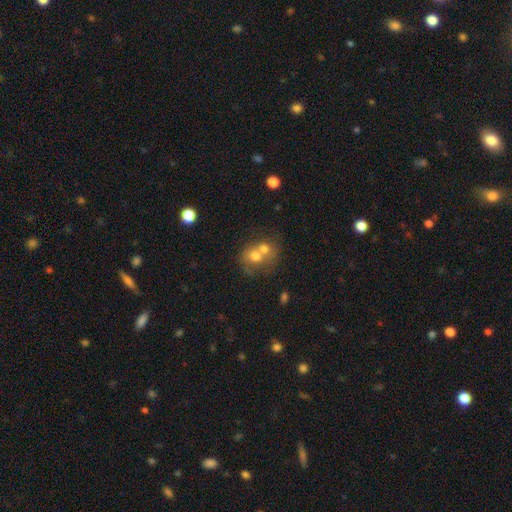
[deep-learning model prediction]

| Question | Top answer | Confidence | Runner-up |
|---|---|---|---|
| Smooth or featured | smooth | 64% | featured or disk (25%) |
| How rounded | round | 66% | in between (33%) |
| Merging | merger | 67% | none (22%) |